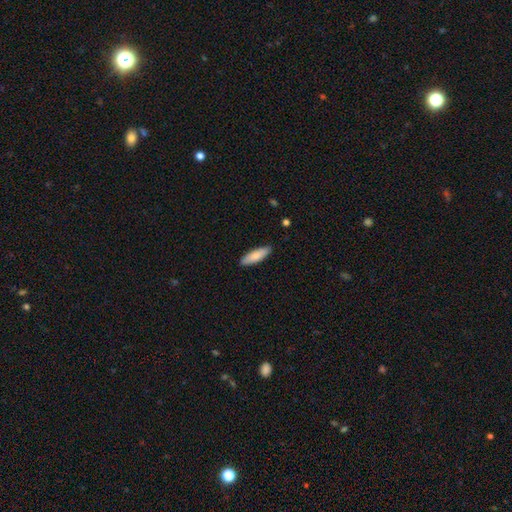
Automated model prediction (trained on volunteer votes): Smooth or featured: smooth — 82% (featured or disk — 13%)
How rounded: in between — 52% (cigar-shaped — 47%)
Merging: none — 88% (minor disturbance — 9%)